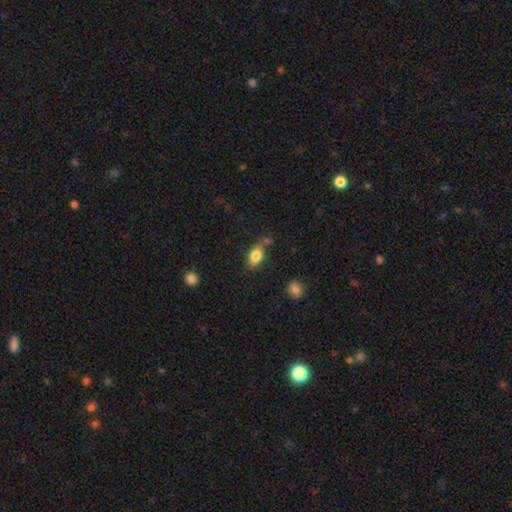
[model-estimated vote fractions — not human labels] smooth_or_featured: smooth (p=0.82) [alt: featured or disk p=0.10]
how_rounded: in between (p=0.87) [alt: round p=0.09]
merging: none (p=0.66) [alt: minor disturbance p=0.20]